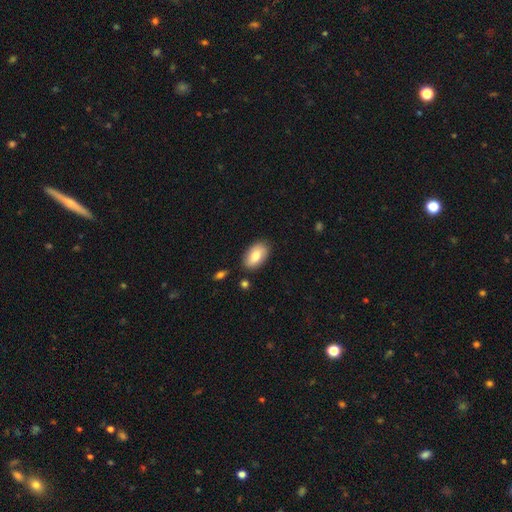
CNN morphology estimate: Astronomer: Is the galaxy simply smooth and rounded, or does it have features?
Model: smooth — 80%.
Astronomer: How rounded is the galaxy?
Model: in between — 93%.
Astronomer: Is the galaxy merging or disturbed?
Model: none — 84%.